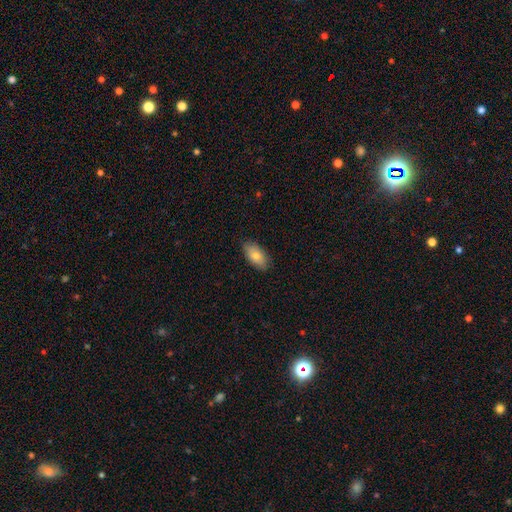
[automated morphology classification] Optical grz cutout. It shows a smooth galaxy with no disk features (79%) that is in between round and cigar-shaped (91%). Merging: none (86%).